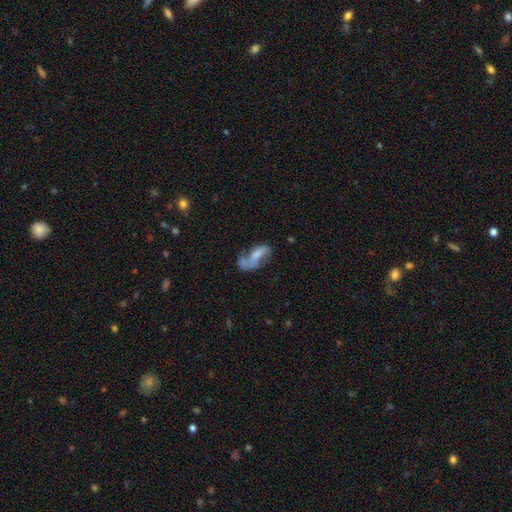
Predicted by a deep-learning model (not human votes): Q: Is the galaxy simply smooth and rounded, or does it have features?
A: smooth — 48%.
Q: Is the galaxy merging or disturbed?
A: merger — 28%.